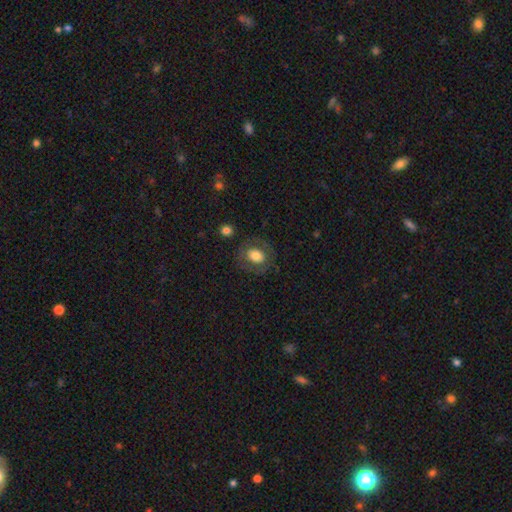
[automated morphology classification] type=smooth (68%); roundness=round (55%); merging=none (77%).